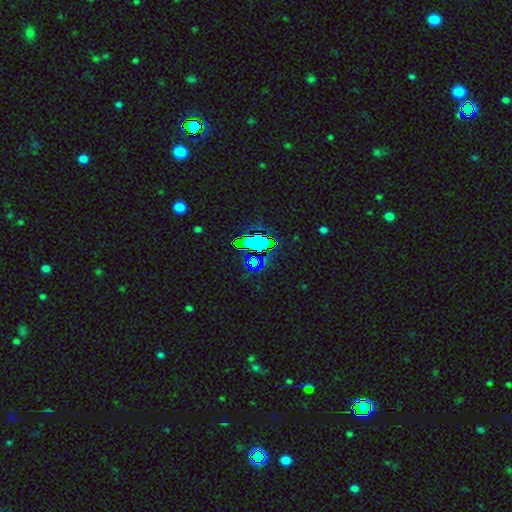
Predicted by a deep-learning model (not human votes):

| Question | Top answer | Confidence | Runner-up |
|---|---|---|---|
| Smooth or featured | star or artifact | 75% | smooth (16%) |